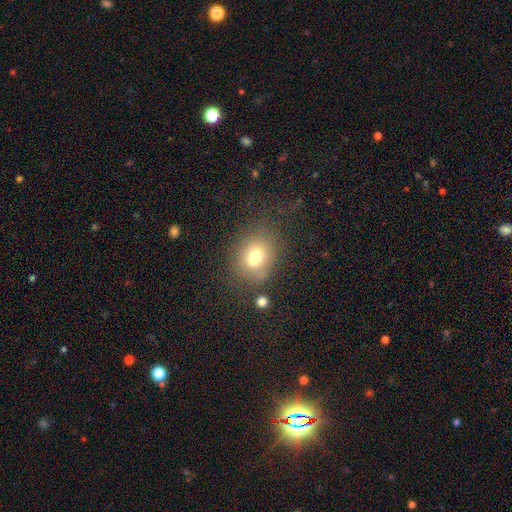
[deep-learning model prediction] A smooth galaxy with no disk features (66%) that is in between round and cigar-shaped (50%). Merging: none (44%).